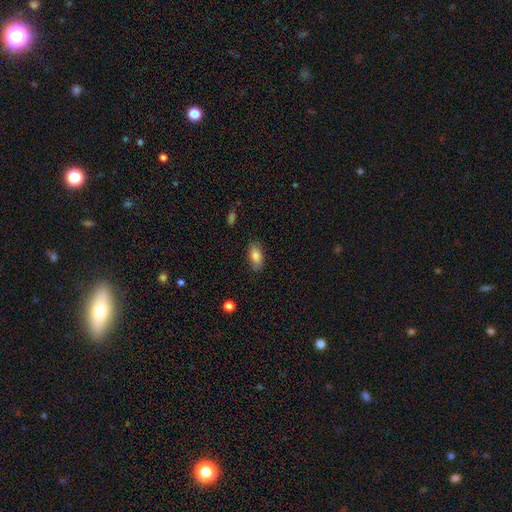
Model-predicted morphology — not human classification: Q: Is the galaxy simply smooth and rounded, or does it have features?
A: smooth — 84%.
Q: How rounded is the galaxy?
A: in between — 89%.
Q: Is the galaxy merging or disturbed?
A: none — 83%.